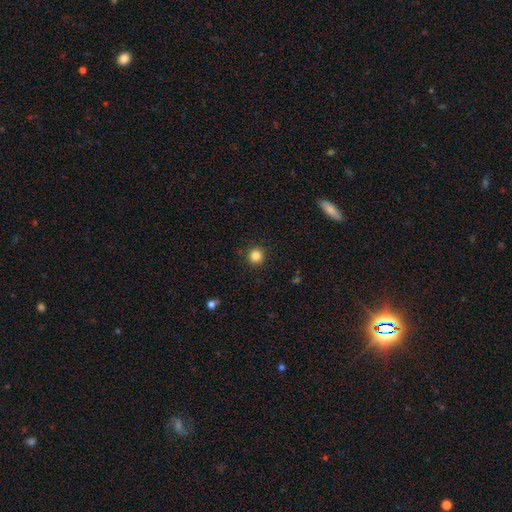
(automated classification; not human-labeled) smooth-or-featured: smooth: 85% | star or artifact: 11% | featured or disk: 4%
  how-rounded: round: 94% | in between: 5% | cigar-shaped: 1%
  merging: none: 92% | minor disturbance: 5% | major disturbance: 2% | merger: 1%